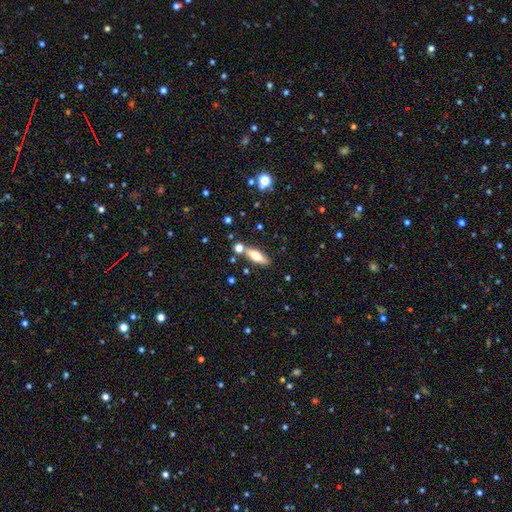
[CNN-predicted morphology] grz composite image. It shows a smooth galaxy with no disk features (62%) that is in between round and cigar-shaped (55%). Merging: none (74%).